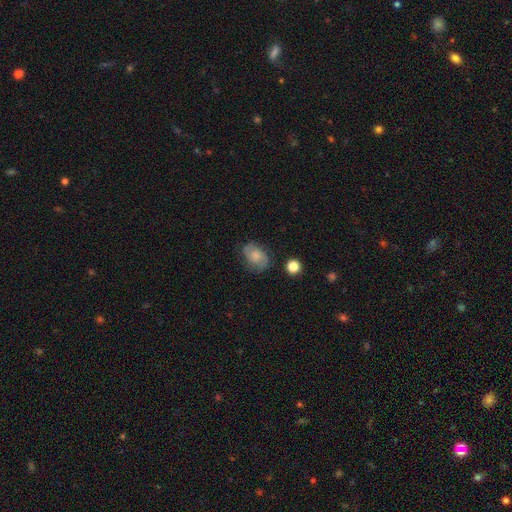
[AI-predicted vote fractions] The model was most divided on "bulge size": small: 37%, moderate: 29%, none: 24%, large: 8%, dominant: 2%. Remaining: edge-on disk — no (97%); spiral arms — yes (92%); spiral arm count — 2 (86%); merging — none (75%); bar — no (68%); smooth or featured — featured or disk (61%); spiral winding — medium (49%).